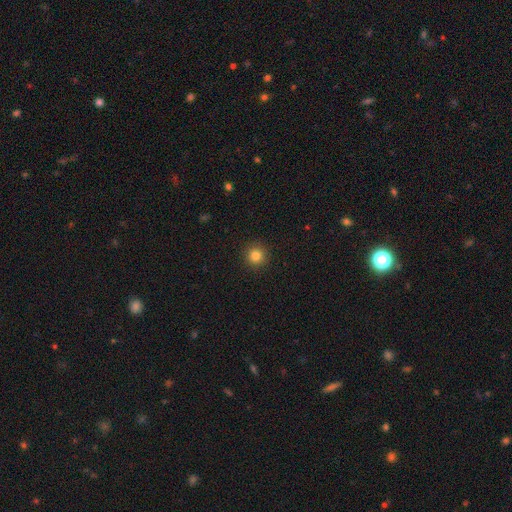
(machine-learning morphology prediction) A smooth galaxy with no disk features (83%) that is round (95%).

Vote fractions:
- Smooth or featured? smooth: 83% / star or artifact: 12% / featured or disk: 5%
- How rounded? round: 95% / in between: 4% / cigar-shaped: 1%
- Merging? none: 92% / minor disturbance: 5% / major disturbance: 2% / merger: 1%